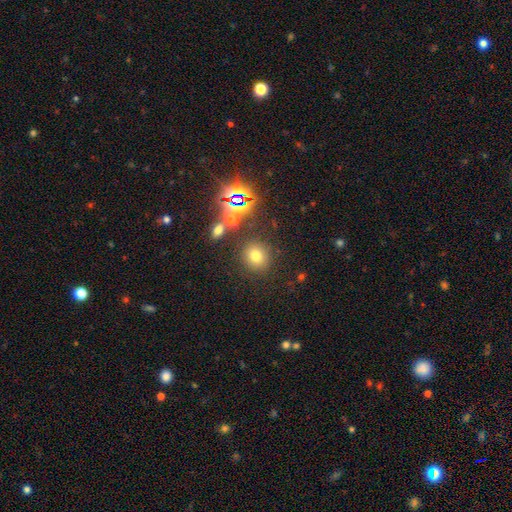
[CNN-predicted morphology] smooth-or-featured: smooth: 68% | star or artifact: 23% | featured or disk: 9%
  how-rounded: round: 86% | in between: 13% | cigar-shaped: 1%
  merging: none: 83% | minor disturbance: 8% | merger: 5% | major disturbance: 4%